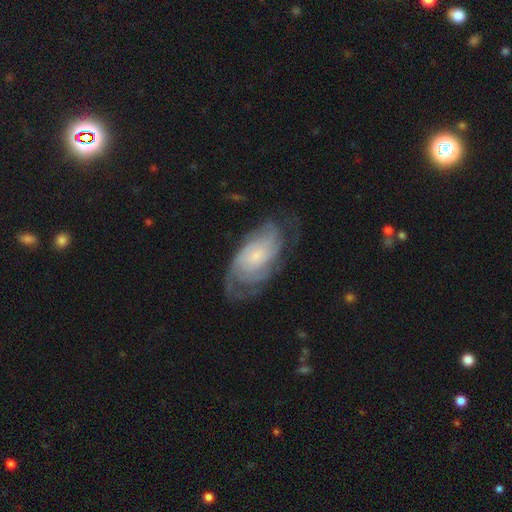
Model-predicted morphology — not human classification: Smooth or featured? featured or disk (79%)
Edge-on disk? no (95%)
Bar? no (73%)
Spiral arms? yes (94%)
Spiral winding? tight (60%)
Spiral arm count? can't tell (39%)
Bulge size? small (69%)
Merging? none (63%)